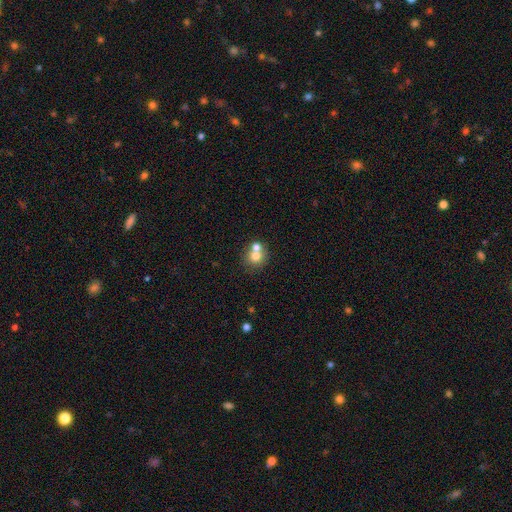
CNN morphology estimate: Smooth or featured?
  - smooth: 72% *
  - featured or disk: 17%
  - star or artifact: 11%
How rounded?
  - round: 81% *
  - in between: 18%
  - cigar-shaped: 1%
Merging?
  - merger: 47% *
  - none: 42%
  - minor disturbance: 7%
  - major disturbance: 3%